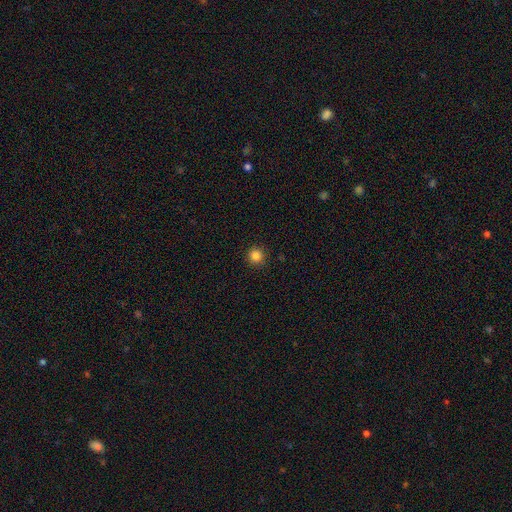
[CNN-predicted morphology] Overall: smooth (84%). How rounded: round (95%). Merging: none (92%).